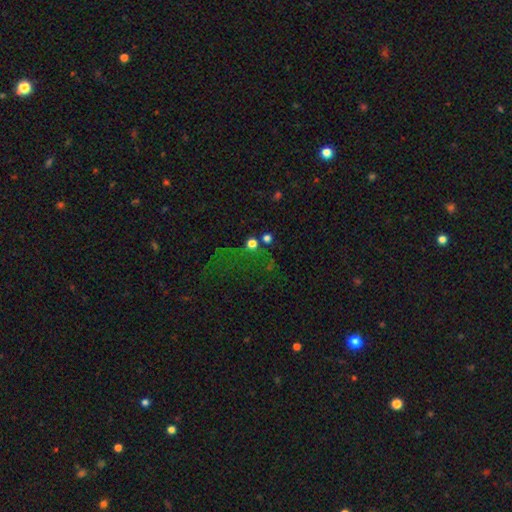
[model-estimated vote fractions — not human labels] Overall: star or artifact (61%; smooth 26%).